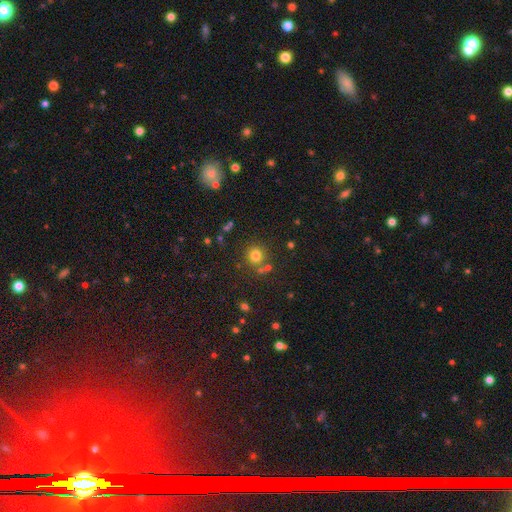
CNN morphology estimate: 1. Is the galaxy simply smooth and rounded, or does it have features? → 75% smooth, 17% star or artifact, 8% featured or disk.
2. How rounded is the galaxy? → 90% round, 9% in between, 1% cigar-shaped.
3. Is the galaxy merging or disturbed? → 75% none, 12% merger, 9% minor disturbance, 4% major disturbance.